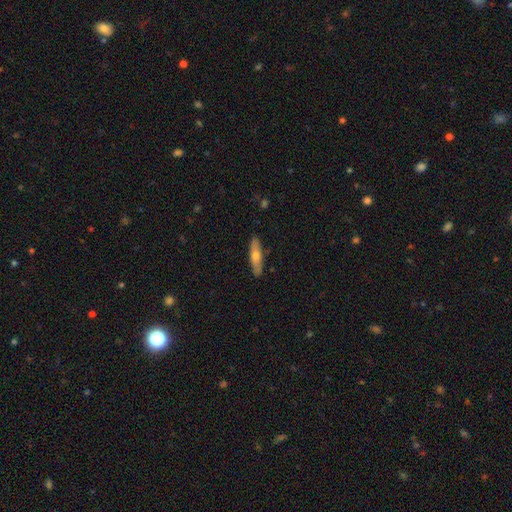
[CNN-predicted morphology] This appears to be a smooth galaxy with no disk features (58%) that is cigar-shaped (69%). Merging: none (89%).